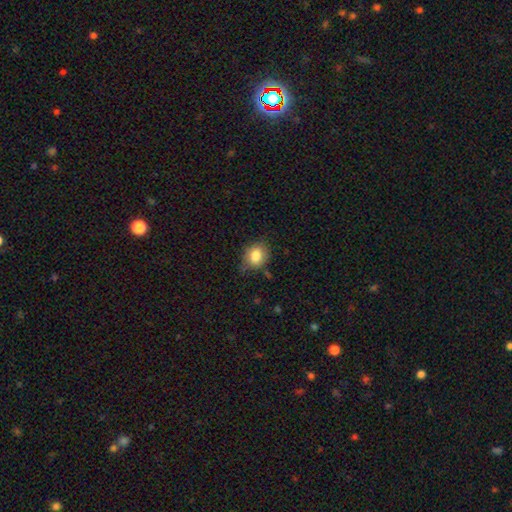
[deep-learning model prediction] Overall: smooth (83%). How rounded: round (55%; in between 44%). Merging: none (71%).